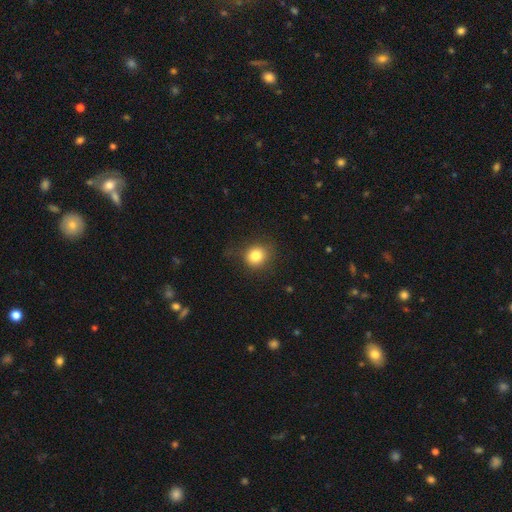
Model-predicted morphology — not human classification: This is clearly a smooth galaxy (81%). How rounded: clearly round (81%). Merging: likely none (79%).